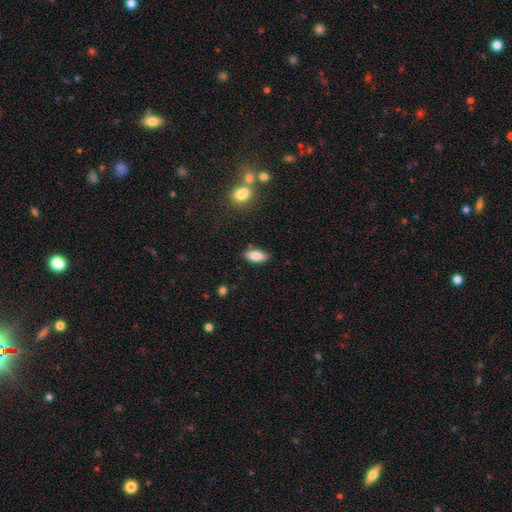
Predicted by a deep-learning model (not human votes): Smooth or featured? Predicted: smooth (p=0.85). How rounded? Predicted: in between (p=0.85). Merging? Predicted: none (p=0.80).